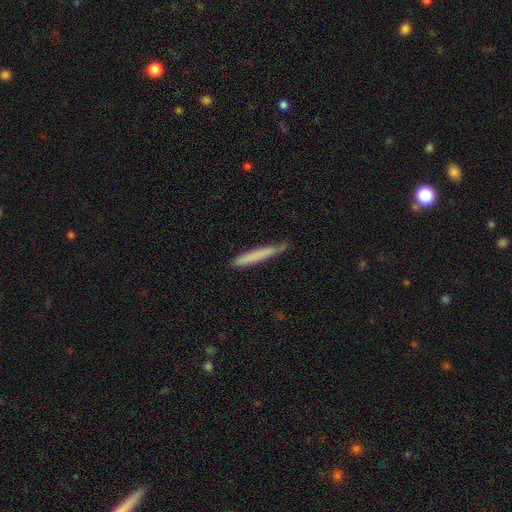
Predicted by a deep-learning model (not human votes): This appears to be a smooth galaxy with no disk features (73%) that is cigar-shaped (96%). Merging: none (81%).